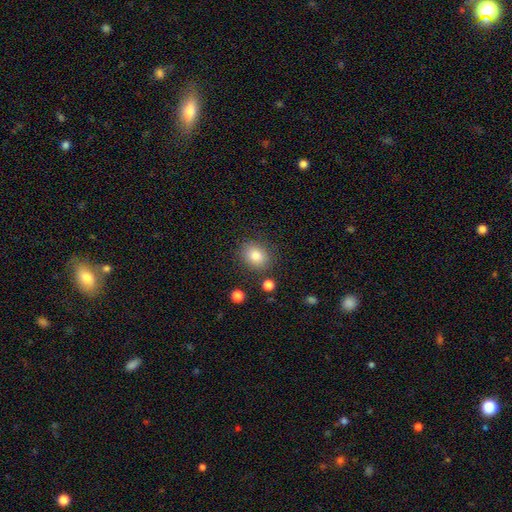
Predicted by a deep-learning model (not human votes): Smooth or featured: smooth — 82% (star or artifact — 10%)
How rounded: round — 52% (in between — 47%)
Merging: none — 83% (minor disturbance — 11%)